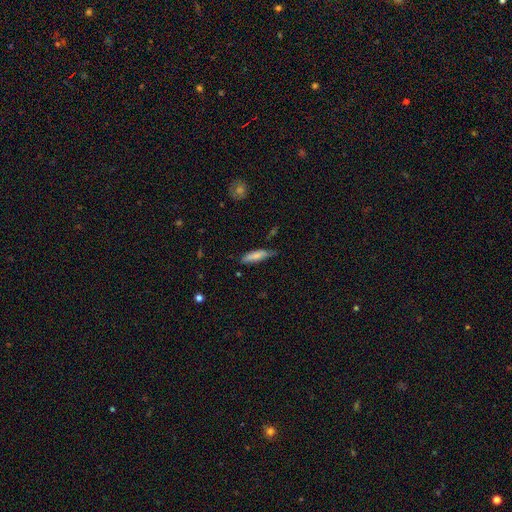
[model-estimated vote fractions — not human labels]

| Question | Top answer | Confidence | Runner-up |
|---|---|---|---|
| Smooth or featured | smooth | 76% | featured or disk (17%) |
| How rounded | cigar-shaped | 63% | in between (35%) |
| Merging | none | 59% | minor disturbance (31%) |